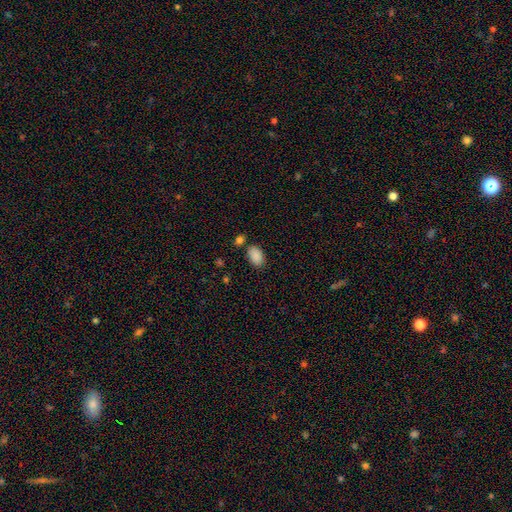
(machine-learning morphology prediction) Smooth or featured? Predicted: smooth (p=0.89). How rounded? Predicted: in between (p=0.91). Merging? Predicted: none (p=0.76).